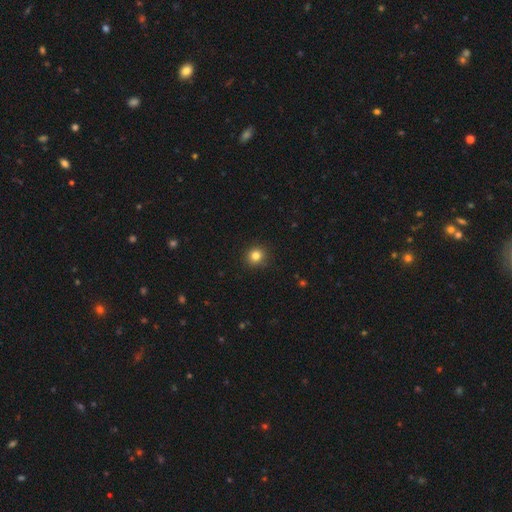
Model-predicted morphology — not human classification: smooth 82%, star or artifact 12%, featured or disk 5%. Down the decision tree: how rounded — round (89%); merging — none (91%).